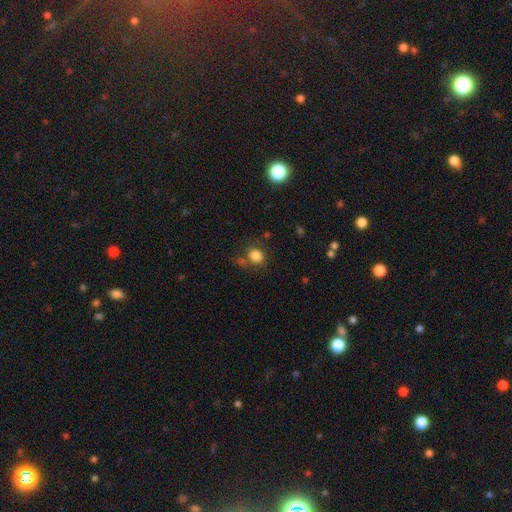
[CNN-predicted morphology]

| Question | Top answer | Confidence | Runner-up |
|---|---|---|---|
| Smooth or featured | smooth | 82% | star or artifact (12%) |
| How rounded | round | 70% | in between (29%) |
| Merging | none | 68% | minor disturbance (15%) |